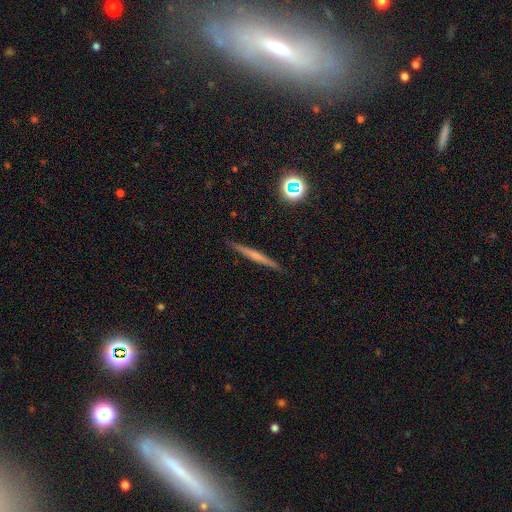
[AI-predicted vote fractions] Overall: featured or disk (53%; smooth 37%). Edge-on disk: yes (97%). Edge-on bulge: none (59%; rounded 32%). Merging: none (90%).